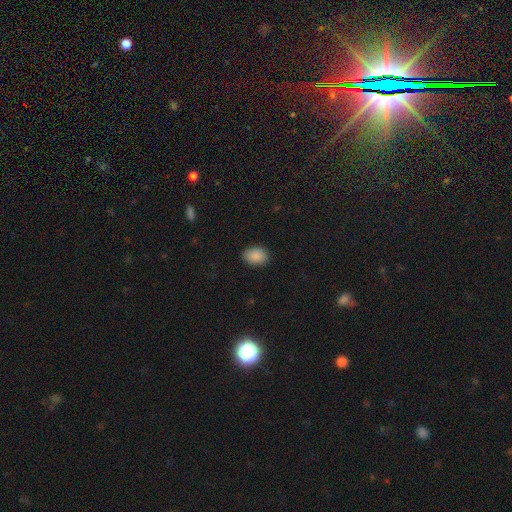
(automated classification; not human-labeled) Smooth or featured? Predicted: smooth (p=0.89). How rounded? Predicted: in between (p=0.75). Merging? Predicted: none (p=0.87).